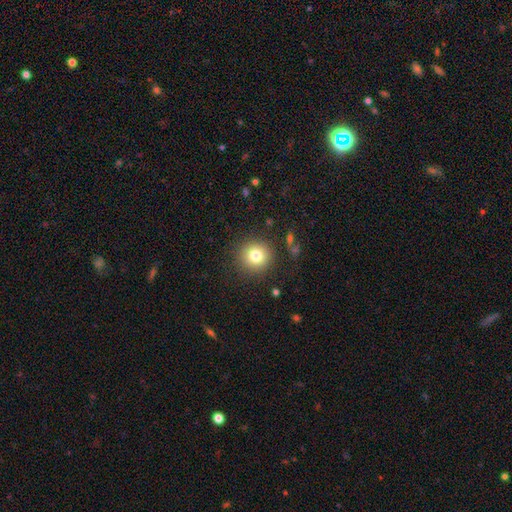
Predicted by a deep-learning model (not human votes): A smooth galaxy with no disk features (78%) that is round (93%). Merging: none (88%).